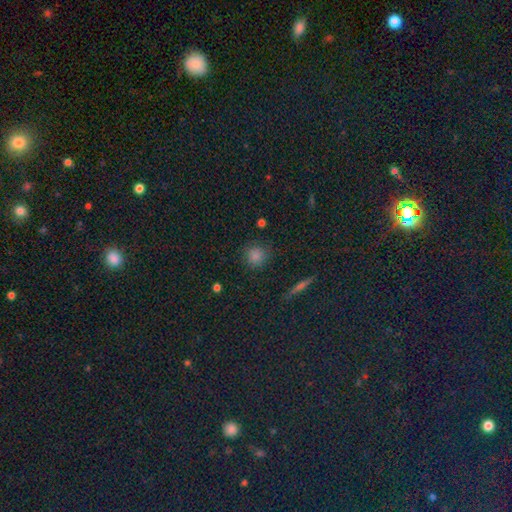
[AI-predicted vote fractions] smooth-or-featured: smooth: 78% | star or artifact: 16% | featured or disk: 6%
  how-rounded: round: 89% | in between: 9% | cigar-shaped: 2%
  merging: none: 85% | minor disturbance: 10% | major disturbance: 3% | merger: 2%